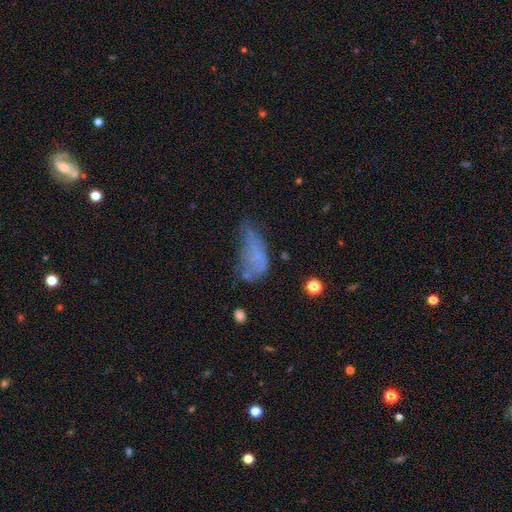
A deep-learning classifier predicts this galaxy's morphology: A smooth galaxy with no disk features (53%) that is in between round and cigar-shaped (81%). Merging: major disturbance (36%).